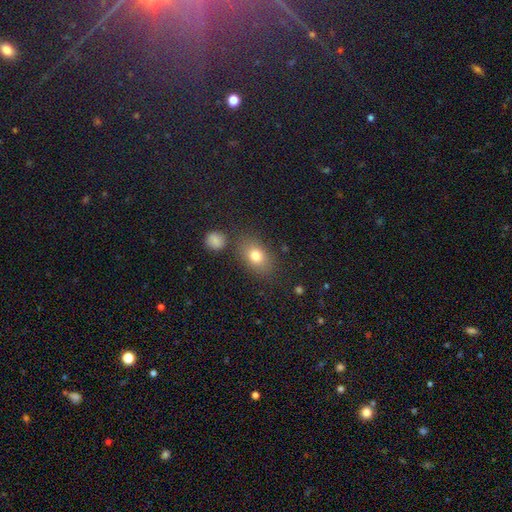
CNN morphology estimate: Q: Smooth or featured?
A: smooth (77%); runner-up: star or artifact (11%)
Q: How rounded?
A: in between (74%); runner-up: round (24%)
Q: Merging?
A: none (77%); runner-up: minor disturbance (13%)